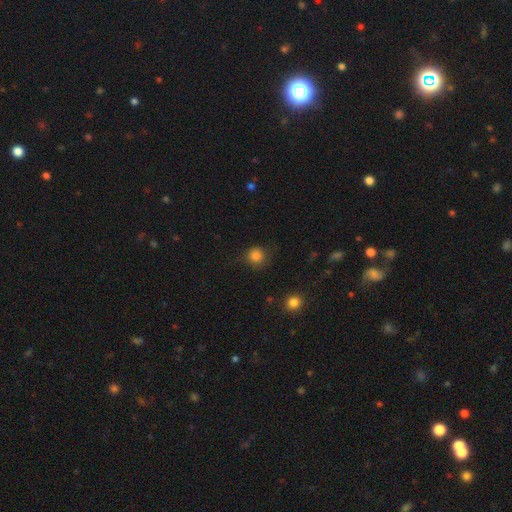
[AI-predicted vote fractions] Overall: smooth (84%). How rounded: round (91%). Merging: none (81%).